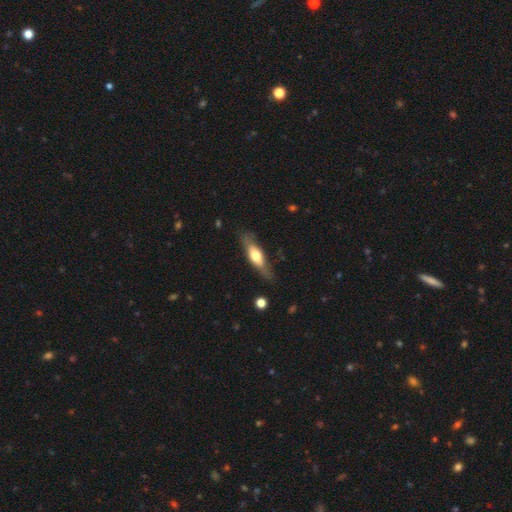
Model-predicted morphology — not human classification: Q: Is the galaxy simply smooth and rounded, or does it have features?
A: smooth — 50%.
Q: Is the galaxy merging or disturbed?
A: none — 78%.